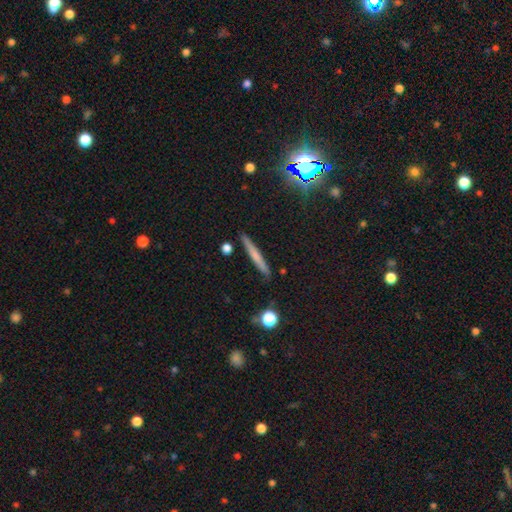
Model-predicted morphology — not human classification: The model was most divided on "smooth or featured": smooth: 59%, featured or disk: 32%, star or artifact: 9%. More confident: how rounded — cigar-shaped (94%); merging — none (88%).